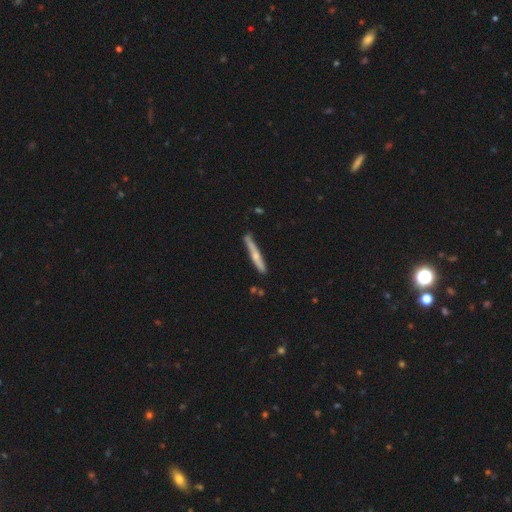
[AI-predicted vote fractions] A featured or disk galaxy (48%). Merging: none (80%).